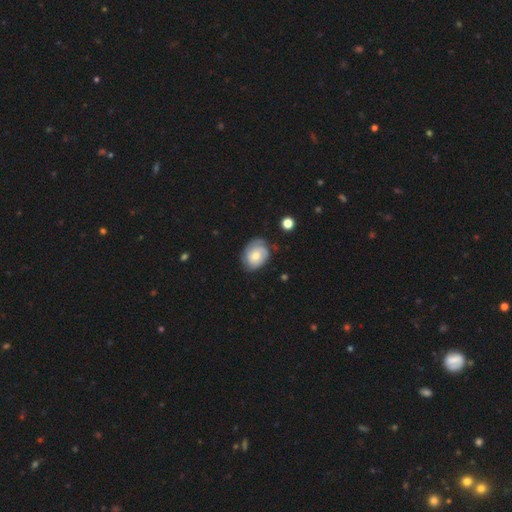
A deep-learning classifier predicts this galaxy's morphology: Smooth or featured? featured or disk (56%)
Edge-on disk? no (97%)
Bar? no (71%)
Spiral arms? yes (86%)
Bulge size? moderate (58%)
Merging? none (65%)